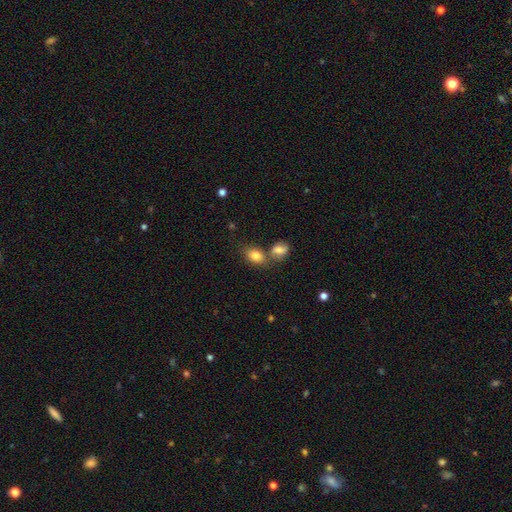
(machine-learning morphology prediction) Q: Smooth or featured?
A: smooth (83%); runner-up: star or artifact (9%)
Q: How rounded?
A: in between (79%); runner-up: round (19%)
Q: Merging?
A: none (50%); runner-up: merger (34%)